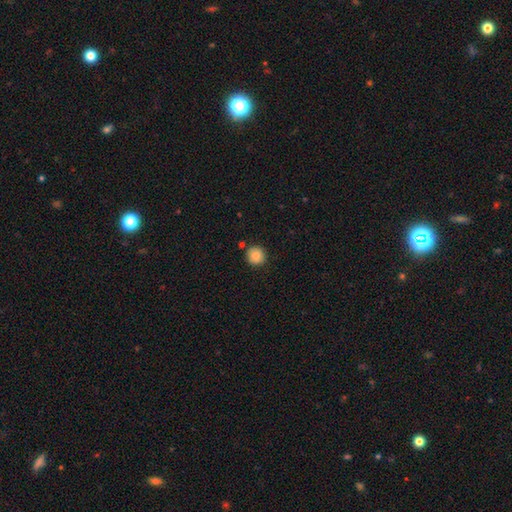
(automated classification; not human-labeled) A smooth galaxy with no disk features (85%) that is round (94%). Merging: none (85%).